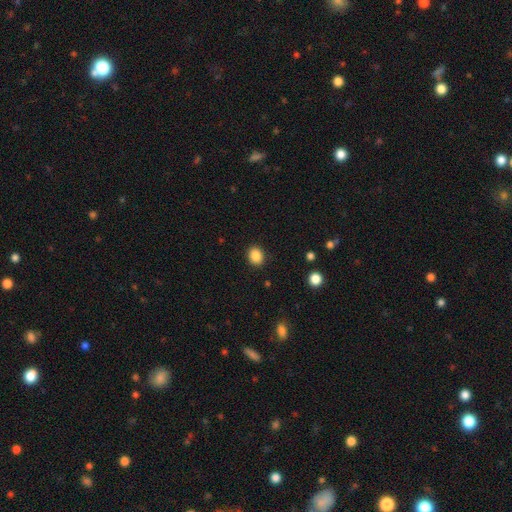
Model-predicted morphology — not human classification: A smooth galaxy with no disk features (87%) that is round (55%). Merging: none (89%).